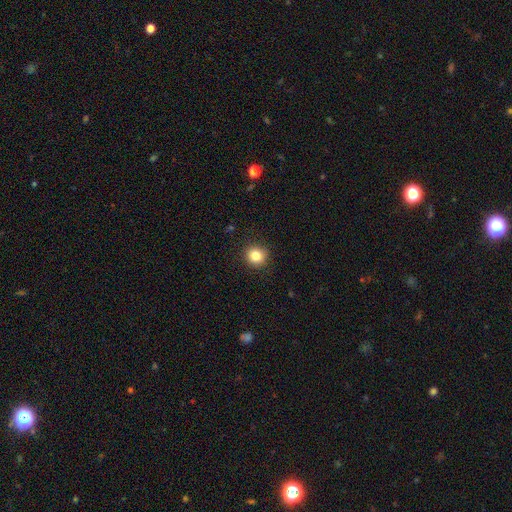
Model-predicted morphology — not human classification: Smooth or featured?
  - smooth: 83% *
  - star or artifact: 11%
  - featured or disk: 6%
How rounded?
  - round: 93% *
  - in between: 6%
  - cigar-shaped: 1%
Merging?
  - none: 91% *
  - minor disturbance: 6%
  - major disturbance: 2%
  - merger: 1%